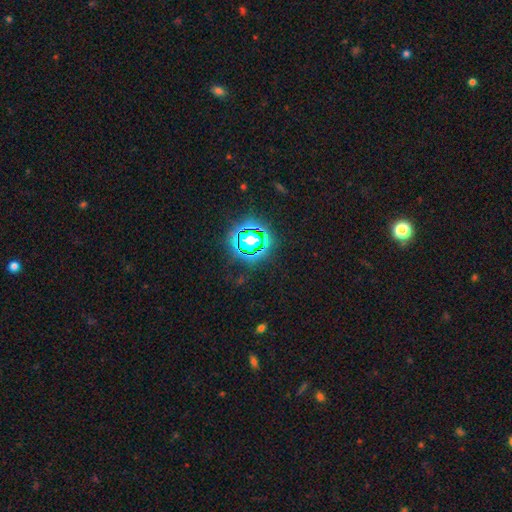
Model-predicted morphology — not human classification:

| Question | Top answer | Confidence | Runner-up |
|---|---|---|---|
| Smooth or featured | star or artifact | 81% | smooth (13%) |